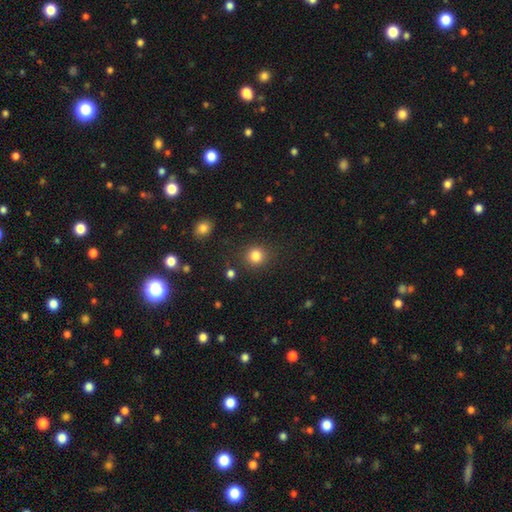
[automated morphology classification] Overall: smooth (83%). How rounded: round (88%). Merging: none (86%).